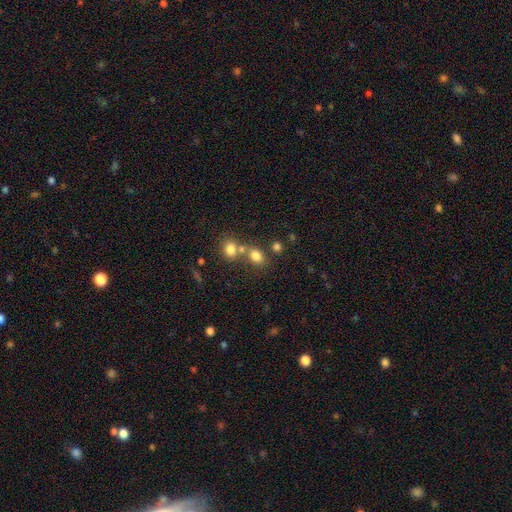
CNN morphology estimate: type=smooth (78%); roundness=in between (59%); merging=none (49%).